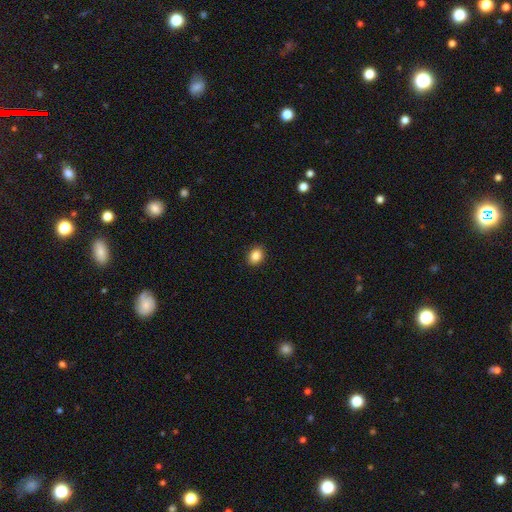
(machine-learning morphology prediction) Smooth or featured?
  - smooth: 86% *
  - star or artifact: 9%
  - featured or disk: 4%
How rounded?
  - in between: 58% *
  - round: 41%
  - cigar-shaped: 1%
Merging?
  - none: 90% *
  - minor disturbance: 7%
  - major disturbance: 2%
  - merger: 1%